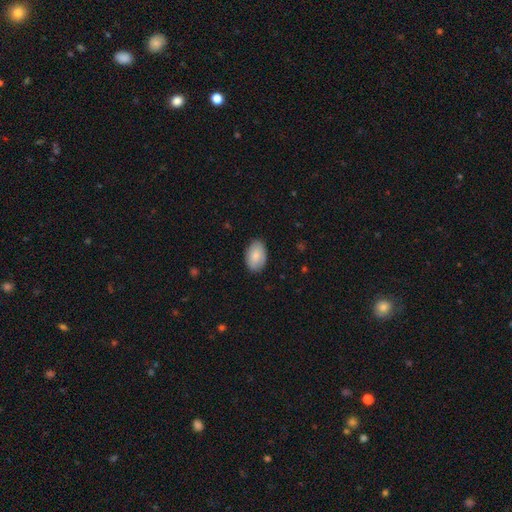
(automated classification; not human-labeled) Overall: smooth (82%). How rounded: in between (90%). Merging: none (85%).